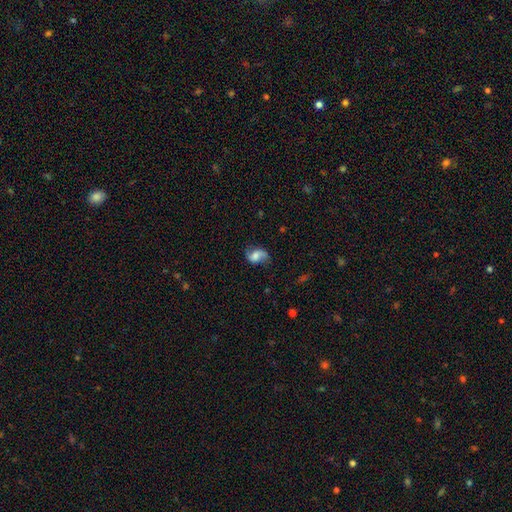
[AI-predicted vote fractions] smooth_or_featured: featured or disk (p=0.47) [alt: smooth p=0.43]
merging: none (p=0.61) [alt: minor disturbance p=0.26]